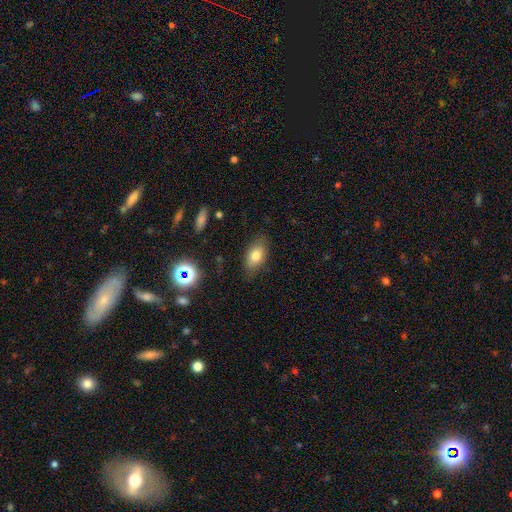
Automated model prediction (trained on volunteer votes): A smooth galaxy with no disk features (76%) that is in between round and cigar-shaped (87%).

Vote fractions:
- Smooth or featured? smooth: 76% / featured or disk: 14% / star or artifact: 10%
- How rounded? in between: 87% / round: 8% / cigar-shaped: 5%
- Merging? none: 80% / minor disturbance: 15% / major disturbance: 4% / merger: 2%